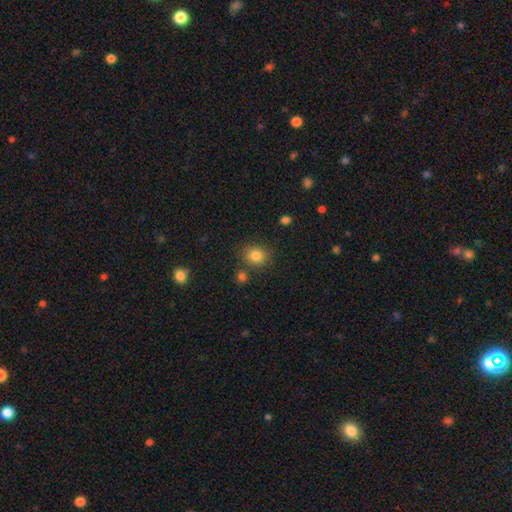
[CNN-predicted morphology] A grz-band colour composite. It shows a smooth galaxy with no disk features (83%) that is round (75%). Merging: none (76%).